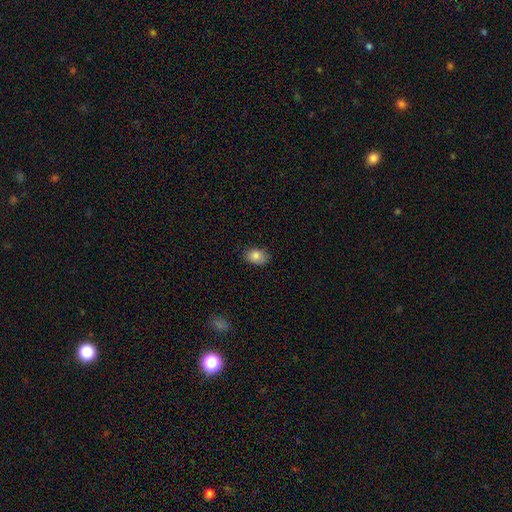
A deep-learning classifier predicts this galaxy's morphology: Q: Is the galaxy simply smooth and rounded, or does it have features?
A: smooth — 85%.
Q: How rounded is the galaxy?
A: in between — 81%.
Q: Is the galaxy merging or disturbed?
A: none — 80%.